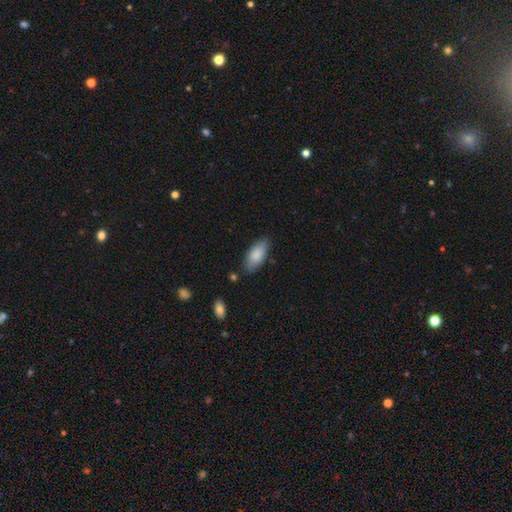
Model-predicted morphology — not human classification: Q: Smooth or featured?
A: smooth (85%); runner-up: featured or disk (9%)
Q: How rounded?
A: in between (89%); runner-up: cigar-shaped (9%)
Q: Merging?
A: none (76%); runner-up: minor disturbance (18%)